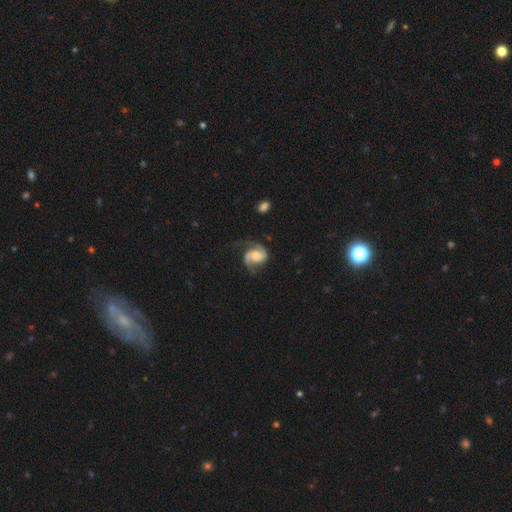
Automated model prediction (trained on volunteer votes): Smooth or featured: featured or disk — 86% (smooth — 9%)
Edge-on disk: no — 98% (yes — 2%)
Bar: no — 59% (weak — 32%)
Spiral arms: yes — 97% (no — 3%)
Spiral winding: medium — 51% (loose — 26%)
Spiral arm count: 2 — 88% (1 — 5%)
Bulge size: moderate — 45% (small — 23%)
Merging: none — 63% (minor disturbance — 21%)